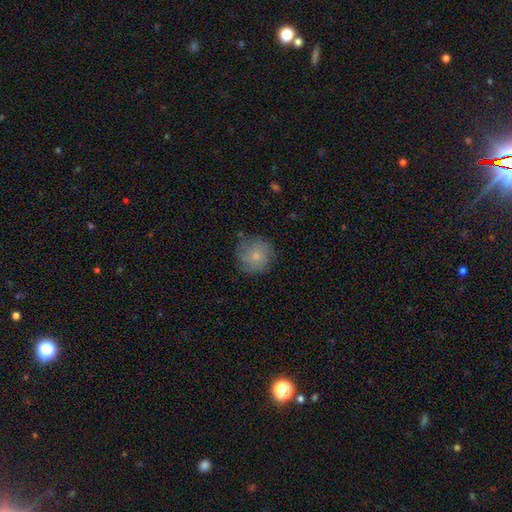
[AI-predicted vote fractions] The model was most divided on "smooth or featured": smooth: 67%, featured or disk: 25%, star or artifact: 9%. More confident: how rounded — round (93%); merging — none (76%).